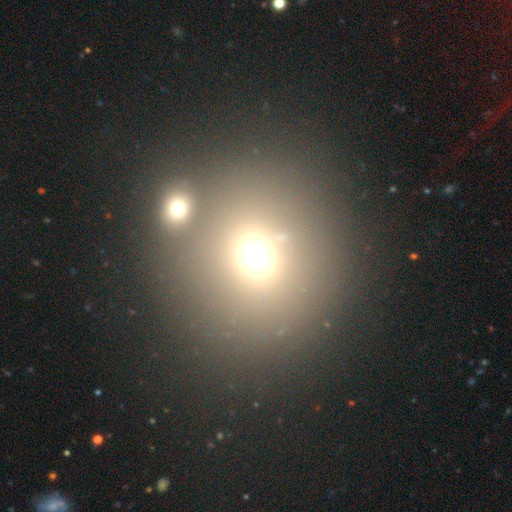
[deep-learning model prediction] Smooth or featured? Predicted: smooth (p=0.66). How rounded? Predicted: round (p=0.87). Merging? Predicted: none (p=0.68).